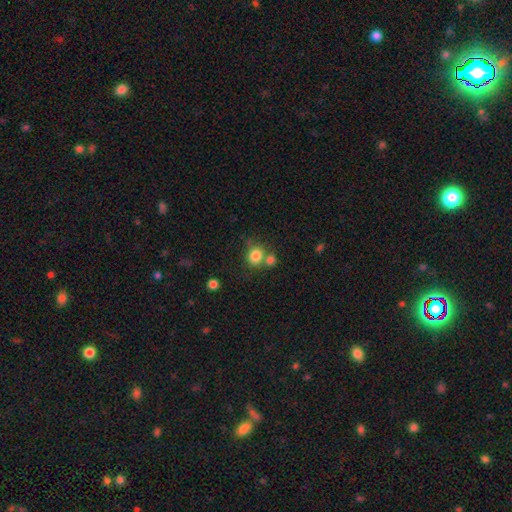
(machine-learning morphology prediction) type=smooth (82%); roundness=round (78%); merging=none (55%).